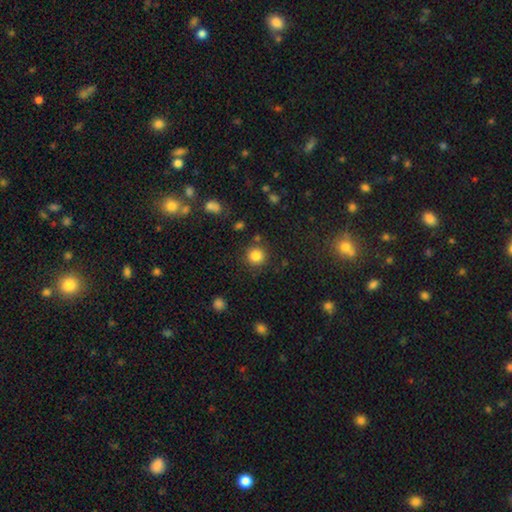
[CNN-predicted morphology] A smooth galaxy with no disk features (84%) that is round (92%).

Vote fractions:
- Smooth or featured? smooth: 84% / star or artifact: 11% / featured or disk: 4%
- How rounded? round: 92% / in between: 7% / cigar-shaped: 1%
- Merging? none: 85% / minor disturbance: 8% / merger: 4% / major disturbance: 3%